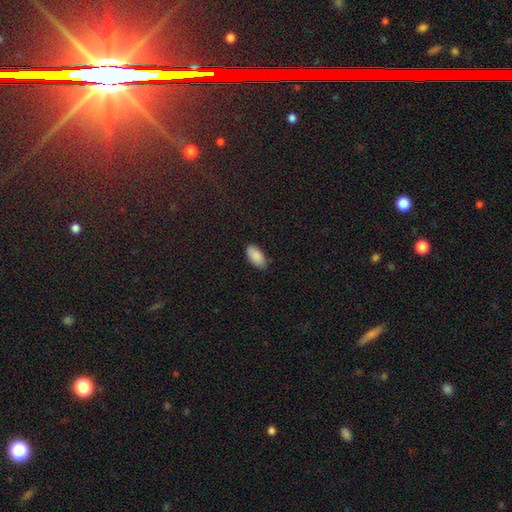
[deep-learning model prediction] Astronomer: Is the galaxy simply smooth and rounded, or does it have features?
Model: smooth — 88%.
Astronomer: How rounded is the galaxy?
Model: in between — 94%.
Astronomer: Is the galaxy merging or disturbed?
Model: none — 80%.